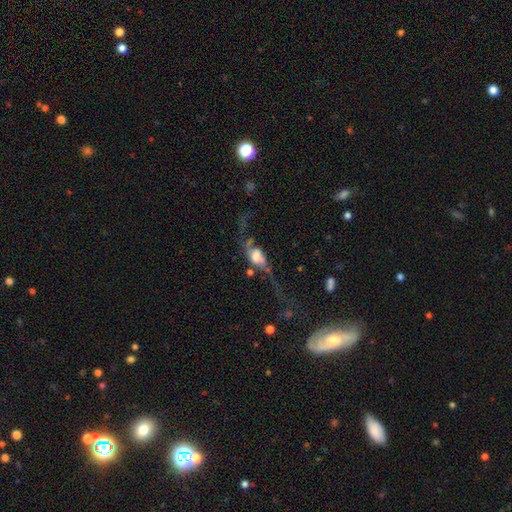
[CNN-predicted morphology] This is likely a featured or disk galaxy (71%). It is likely not viewed edge-on (70%). Merging: marginally major disturbance (42%).